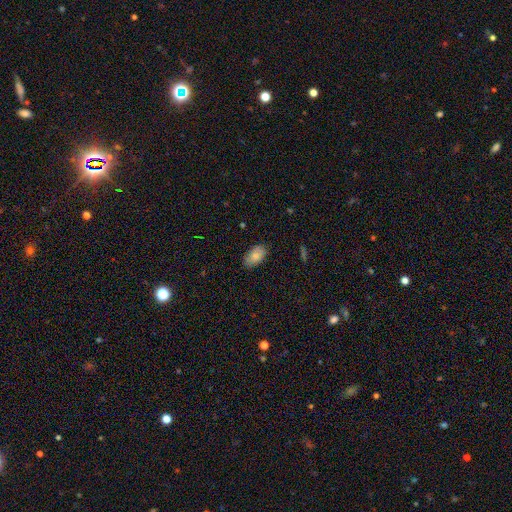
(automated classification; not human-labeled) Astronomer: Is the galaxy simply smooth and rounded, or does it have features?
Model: smooth — 82%.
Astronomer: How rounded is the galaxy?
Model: in between — 94%.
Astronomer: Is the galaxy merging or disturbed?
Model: none — 85%.